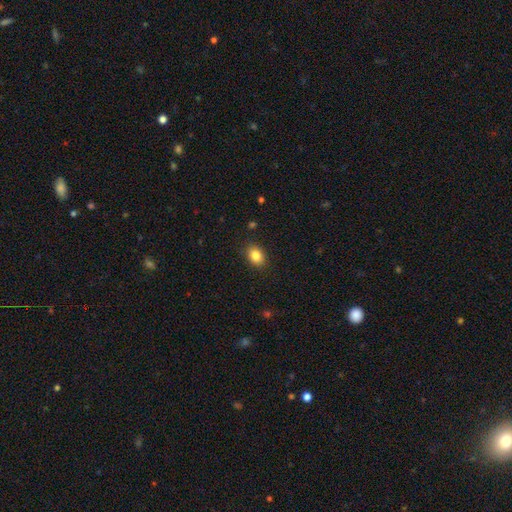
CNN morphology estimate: This is clearly a smooth galaxy (84%). How rounded: likely in between (73%). Merging: clearly none (88%).